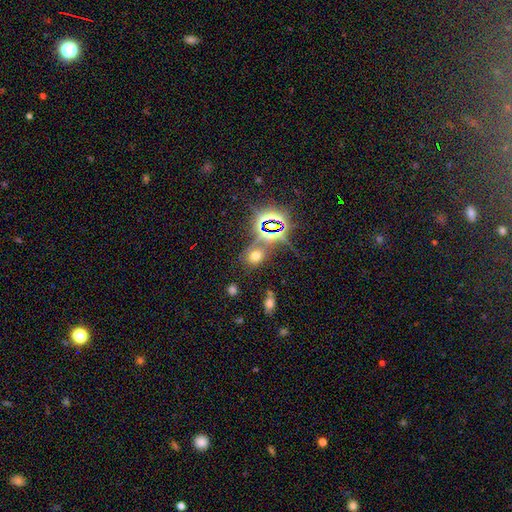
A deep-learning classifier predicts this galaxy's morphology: Smooth or featured: smooth — 49% (star or artifact — 42%)
Merging: none — 67% (minor disturbance — 13%)